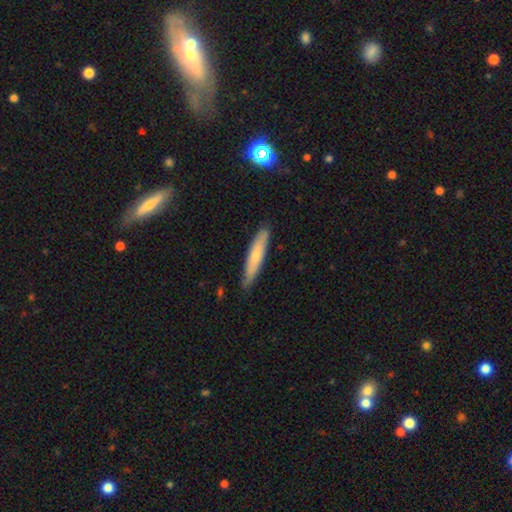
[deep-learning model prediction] smooth-or-featured: smooth: 66% | featured or disk: 28% | star or artifact: 6%
  how-rounded: cigar-shaped: 89% | in between: 10% | round: 1%
  merging: none: 83% | minor disturbance: 13% | major disturbance: 2% | merger: 1%